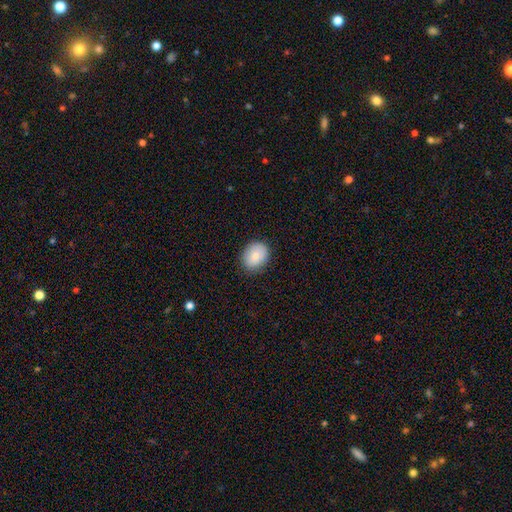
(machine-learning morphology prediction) This appears to be a smooth galaxy with no disk features (85%) that is round (51%). Merging: none (85%).